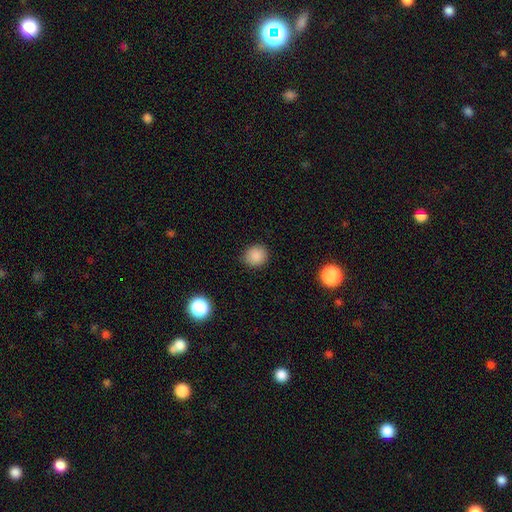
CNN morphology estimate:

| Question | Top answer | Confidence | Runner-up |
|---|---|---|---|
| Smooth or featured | smooth | 87% | star or artifact (10%) |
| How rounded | round | 82% | in between (17%) |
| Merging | none | 88% | minor disturbance (9%) |